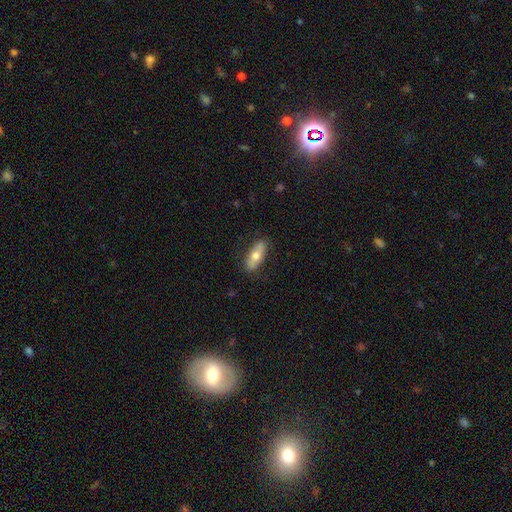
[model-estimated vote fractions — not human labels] A smooth galaxy with no disk features (61%) that is in between round and cigar-shaped (63%).

Vote fractions:
- Smooth or featured? smooth: 61% / featured or disk: 33% / star or artifact: 6%
- How rounded? in between: 63% / cigar-shaped: 34% / round: 3%
- Merging? none: 85% / minor disturbance: 11% / major disturbance: 2% / merger: 1%